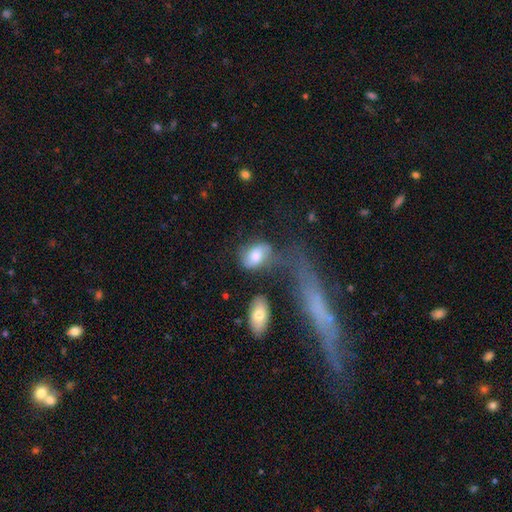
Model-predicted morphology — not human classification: A smooth galaxy with no disk features (64%) that is in between round and cigar-shaped (81%).

Vote fractions:
- Smooth or featured? smooth: 64% / featured or disk: 27% / star or artifact: 9%
- How rounded? in between: 81% / round: 16% / cigar-shaped: 3%
- Merging? none: 40% / minor disturbance: 22% / major disturbance: 22% / merger: 17%